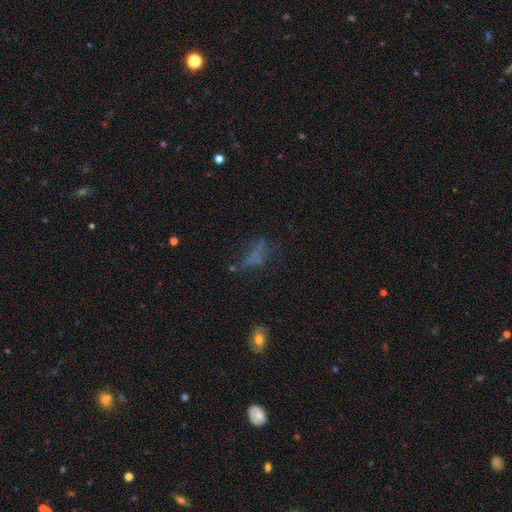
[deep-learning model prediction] smooth_or_featured: smooth (p=0.47) [alt: star or artifact p=0.26]
merging: none (p=0.43) [alt: major disturbance p=0.29]